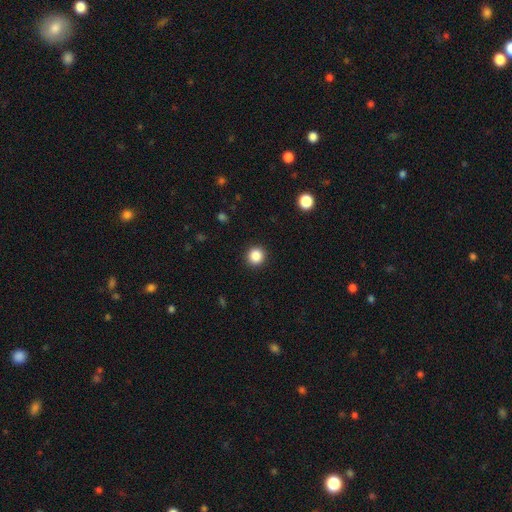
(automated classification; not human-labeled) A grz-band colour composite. It shows a smooth galaxy with no disk features (86%) that is round (92%). Merging: none (92%).